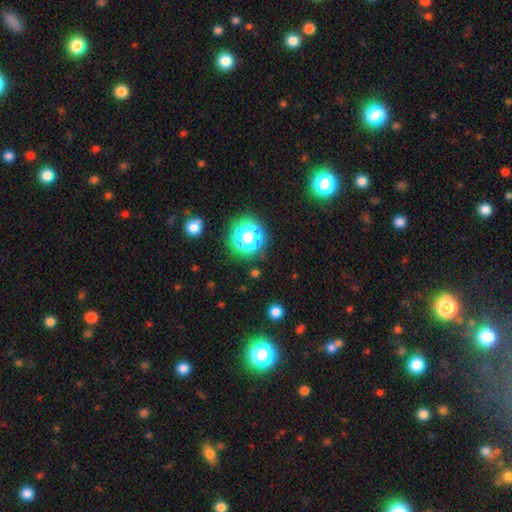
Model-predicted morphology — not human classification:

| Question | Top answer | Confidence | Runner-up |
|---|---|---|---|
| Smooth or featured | star or artifact | 68% | smooth (25%) |